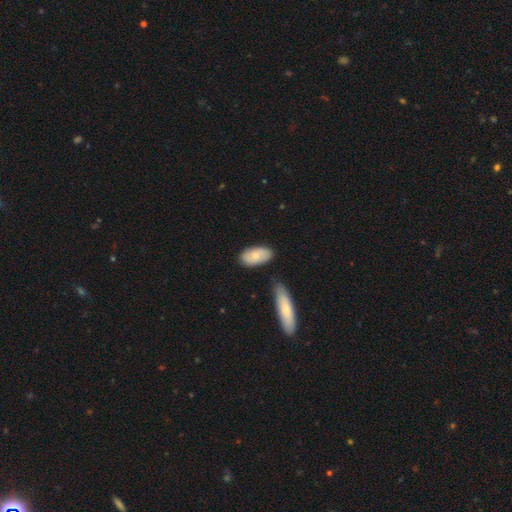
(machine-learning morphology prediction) Smooth or featured?
  - smooth: 73% *
  - featured or disk: 21%
  - star or artifact: 6%
How rounded?
  - in between: 93% *
  - cigar-shaped: 4%
  - round: 3%
Merging?
  - none: 75% *
  - minor disturbance: 15%
  - merger: 7%
  - major disturbance: 3%